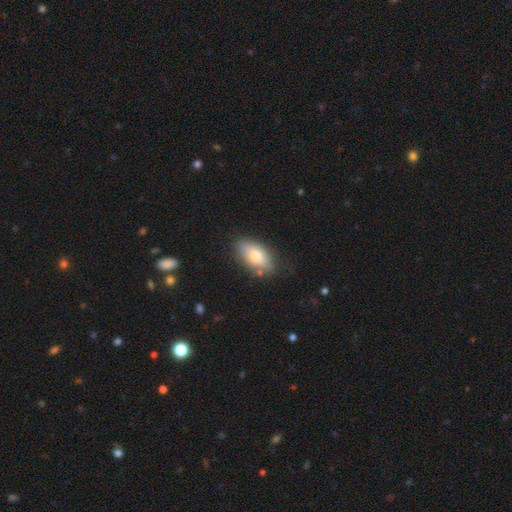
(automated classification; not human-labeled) Morphology: type=smooth (75%); roundness=in between (89%); merging=none (79%).